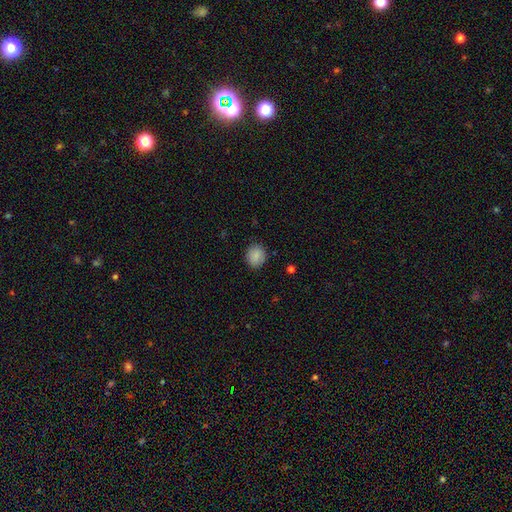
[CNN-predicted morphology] Smooth or featured? Predicted: smooth (p=0.88). How rounded? Predicted: round (p=0.73). Merging? Predicted: none (p=0.86).